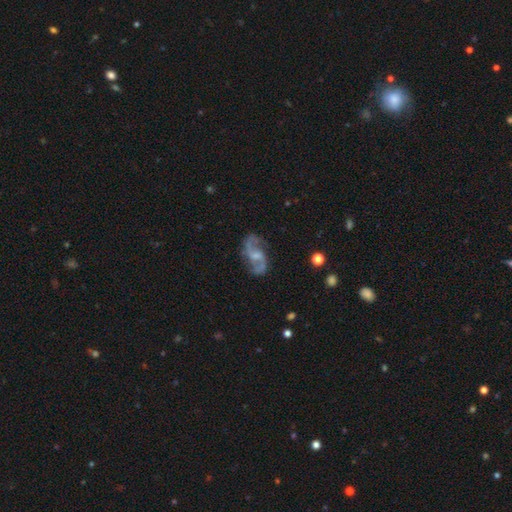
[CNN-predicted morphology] featured or disk 88%, smooth 7%, star or artifact 5%. Down the decision tree: edge-on disk — no (97%); bar — weak (51%); spiral arms — yes (96%); spiral arm count — 2 (93%); spiral winding — loose (51%); bulge size — small (39%); merging — none (76%).